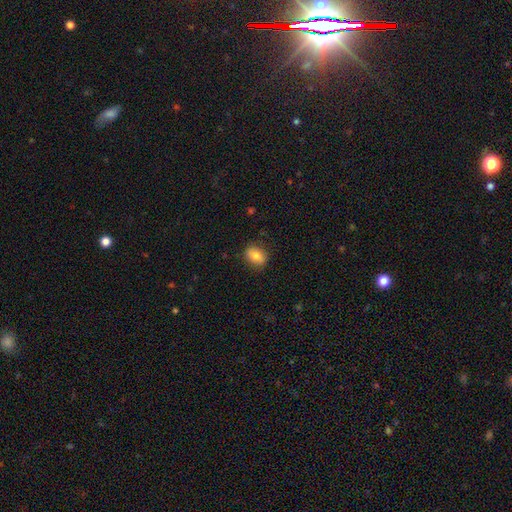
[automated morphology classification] smooth 80%, featured or disk 12%, star or artifact 9%. Down the decision tree: how rounded — in between (65%); merging — none (84%).